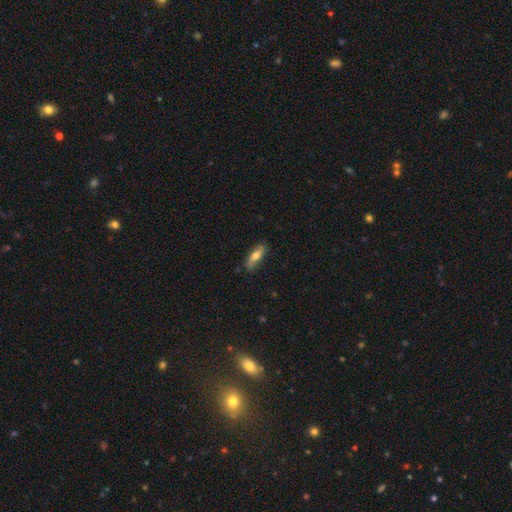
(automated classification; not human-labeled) Smooth or featured: smooth — 65% (featured or disk — 29%)
How rounded: in between — 51% (cigar-shaped — 46%)
Merging: none — 76% (minor disturbance — 19%)